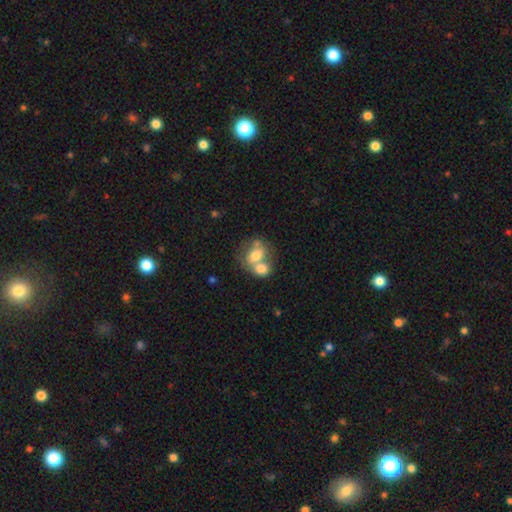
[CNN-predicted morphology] The model was most divided on "how rounded": in between: 56%, round: 42%, cigar-shaped: 1%. More confident: smooth or featured — smooth (66%); merging — merger (63%).